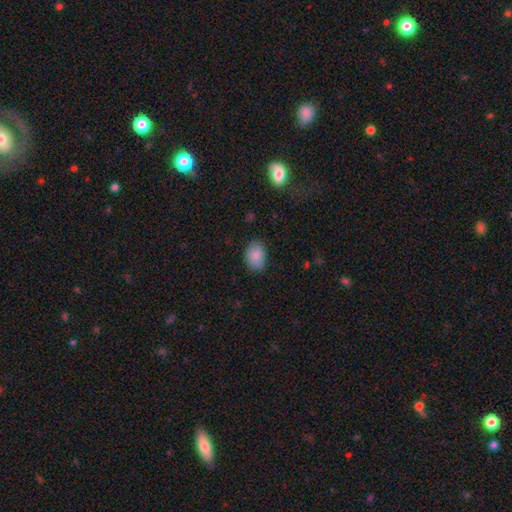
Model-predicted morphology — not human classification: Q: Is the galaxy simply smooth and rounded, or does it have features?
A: smooth — 86%.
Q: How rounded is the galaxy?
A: in between — 78%.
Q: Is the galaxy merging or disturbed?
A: none — 79%.